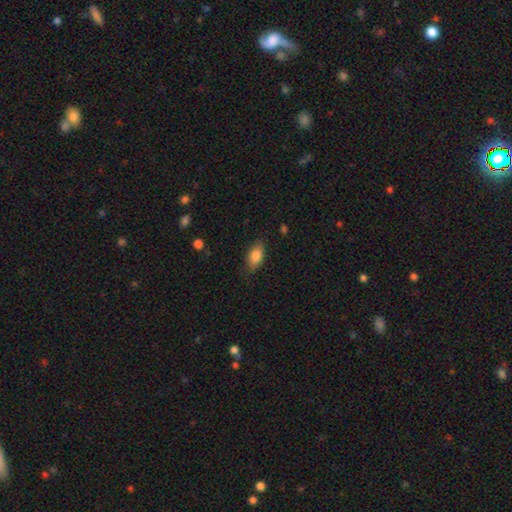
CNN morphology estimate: Overall: smooth (83%). How rounded: in between (88%). Merging: none (81%).